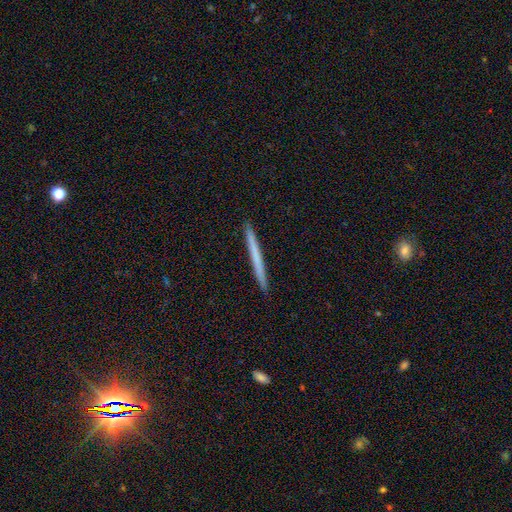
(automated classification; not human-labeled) This is possibly a smooth galaxy (59%). How rounded: clearly cigar-shaped (97%). Merging: clearly none (93%).